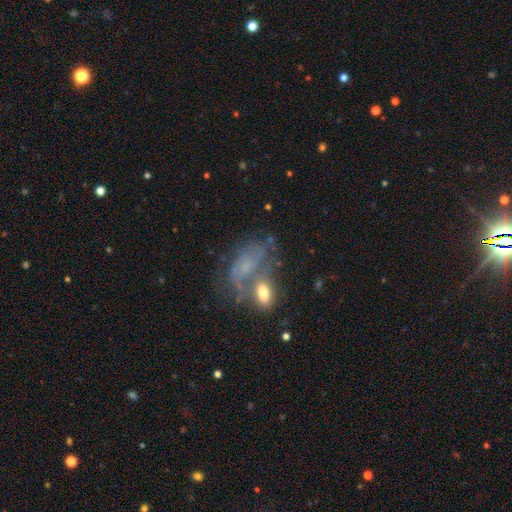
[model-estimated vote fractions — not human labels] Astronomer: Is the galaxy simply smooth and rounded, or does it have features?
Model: featured or disk — 53% (runner-up: smooth, 34%).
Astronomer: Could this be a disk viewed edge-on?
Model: no — 94%.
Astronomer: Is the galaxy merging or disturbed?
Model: none — 32%, tied with merger at 32%.